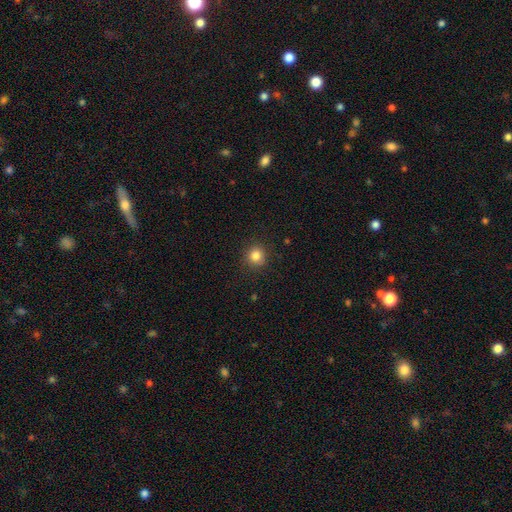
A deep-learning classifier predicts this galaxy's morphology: The model was most divided on "smooth or featured": smooth: 84%, star or artifact: 12%, featured or disk: 5%. More confident: how rounded — round (91%); merging — none (89%).